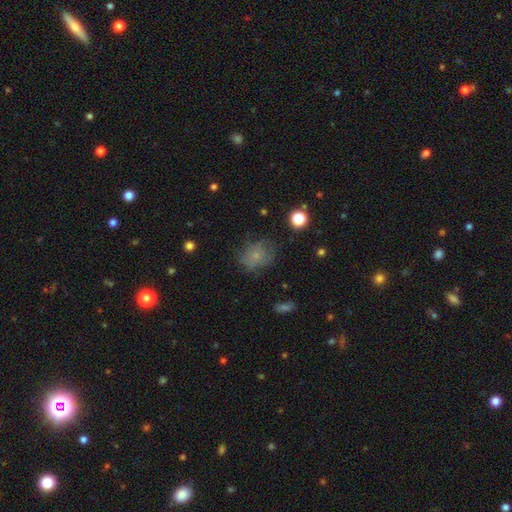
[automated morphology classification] Smooth or featured: smooth — 65% (featured or disk — 20%)
How rounded: round — 55% (in between — 44%)
Merging: none — 62% (minor disturbance — 24%)